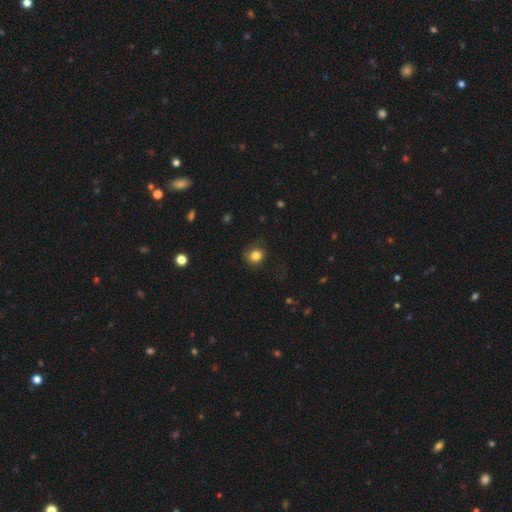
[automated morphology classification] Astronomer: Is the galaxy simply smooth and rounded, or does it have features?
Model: smooth — 83%.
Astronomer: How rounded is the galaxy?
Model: round — 79%.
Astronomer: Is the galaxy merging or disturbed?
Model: none — 74%.